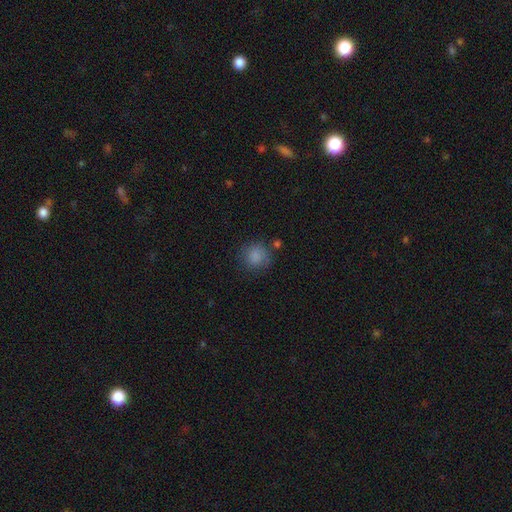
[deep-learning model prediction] smooth 84%, star or artifact 10%, featured or disk 6%. Down the decision tree: how rounded — round (86%); merging — none (75%).